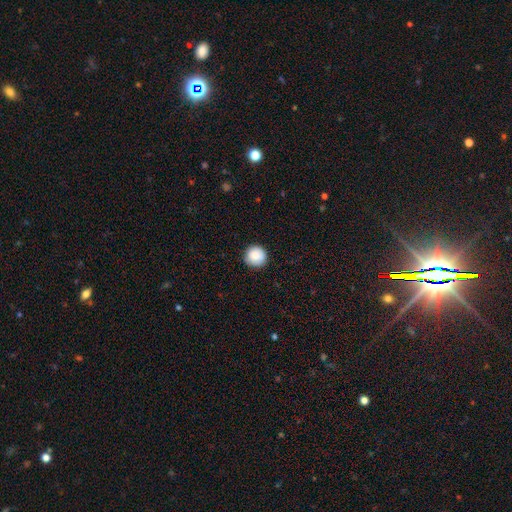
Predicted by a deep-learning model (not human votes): Overall: smooth (86%). How rounded: round (95%). Merging: none (88%).